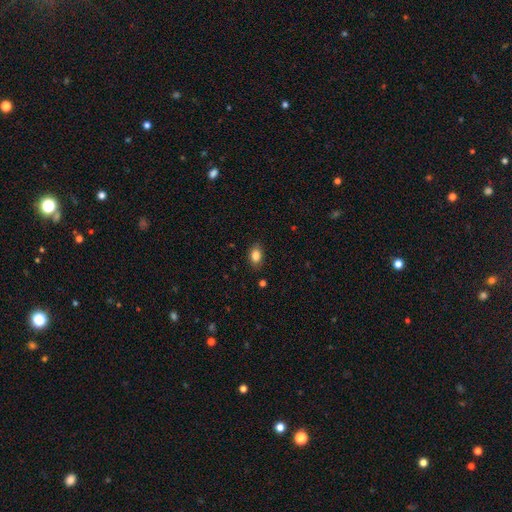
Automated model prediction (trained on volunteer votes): Morphology: type=smooth (85%); roundness=in between (83%); merging=none (84%).